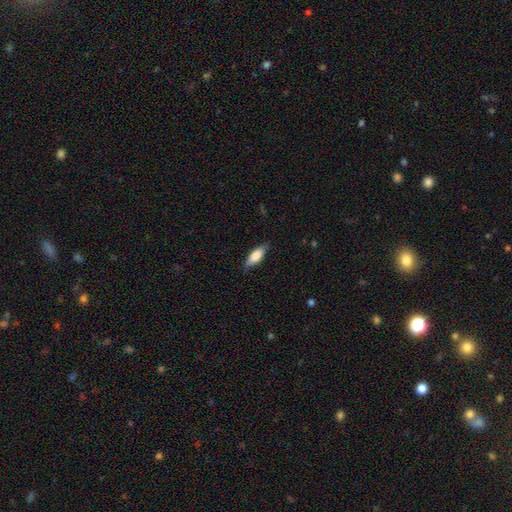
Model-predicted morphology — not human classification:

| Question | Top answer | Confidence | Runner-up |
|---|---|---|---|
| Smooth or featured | smooth | 76% | featured or disk (18%) |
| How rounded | in between | 61% | cigar-shaped (37%) |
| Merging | none | 82% | minor disturbance (14%) |